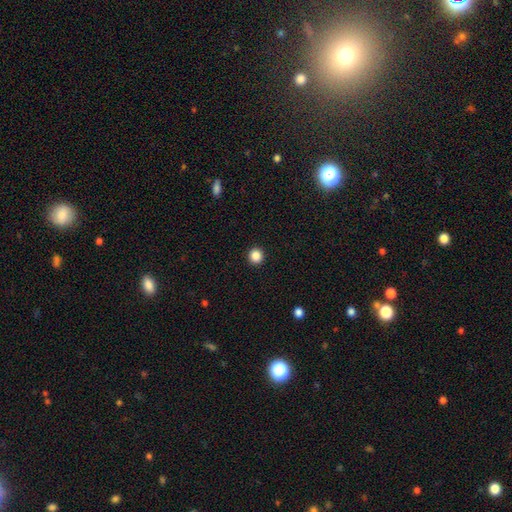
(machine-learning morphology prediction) Smooth or featured? smooth (86%)
How rounded? round (93%)
Merging? none (93%)